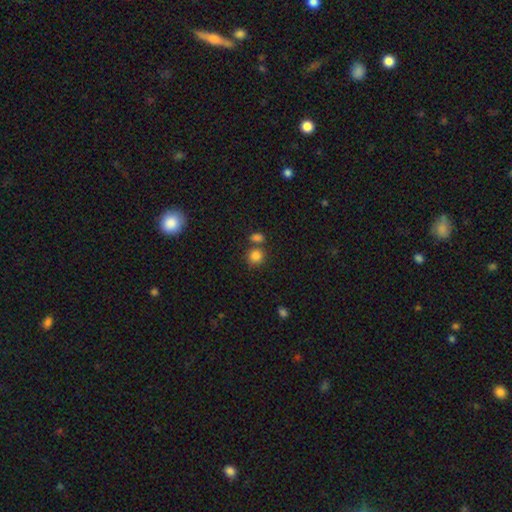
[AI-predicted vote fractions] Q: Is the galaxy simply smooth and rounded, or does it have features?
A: smooth — 83%.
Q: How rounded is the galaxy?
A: round — 82%.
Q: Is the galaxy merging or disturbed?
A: none — 62%.